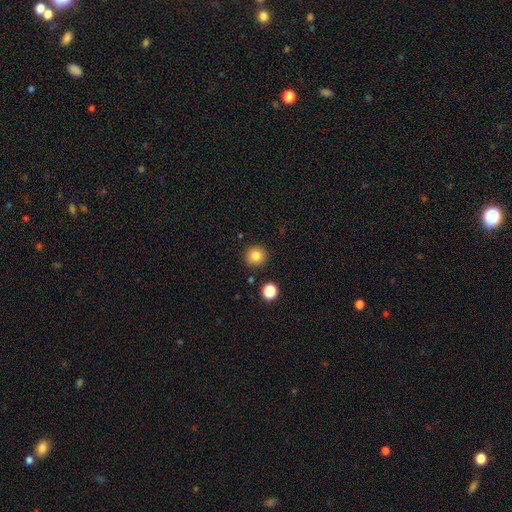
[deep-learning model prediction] A smooth galaxy with no disk features (83%) that is round (93%).

Vote fractions:
- Smooth or featured? smooth: 83% / star or artifact: 11% / featured or disk: 6%
- How rounded? round: 93% / in between: 7% / cigar-shaped: 1%
- Merging? none: 88% / minor disturbance: 7% / merger: 3% / major disturbance: 2%